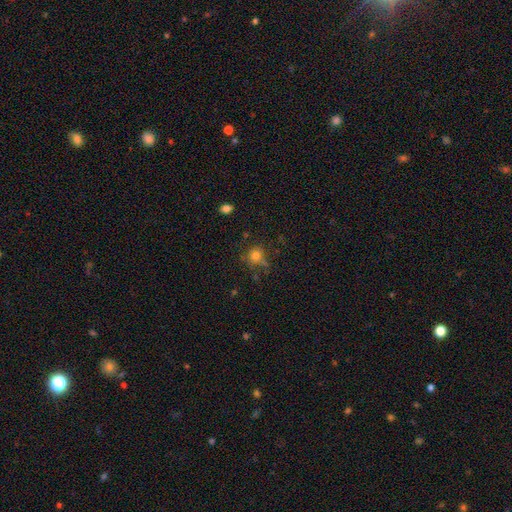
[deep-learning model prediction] Smooth or featured? smooth (77%)
How rounded? round (85%)
Merging? none (65%)